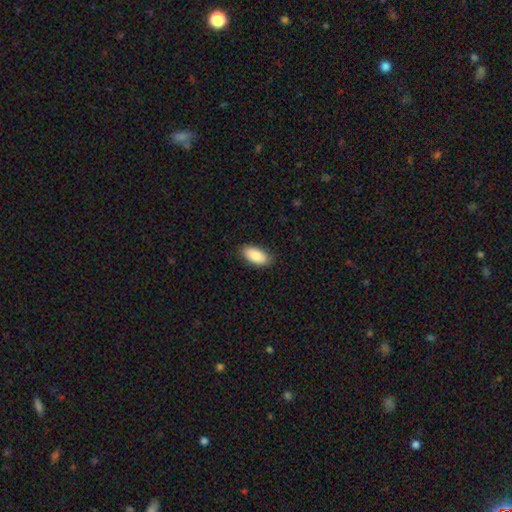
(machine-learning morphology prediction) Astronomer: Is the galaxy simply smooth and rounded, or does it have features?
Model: smooth — 87%.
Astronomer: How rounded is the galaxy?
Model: in between — 91%.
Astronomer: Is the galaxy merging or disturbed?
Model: none — 87%.